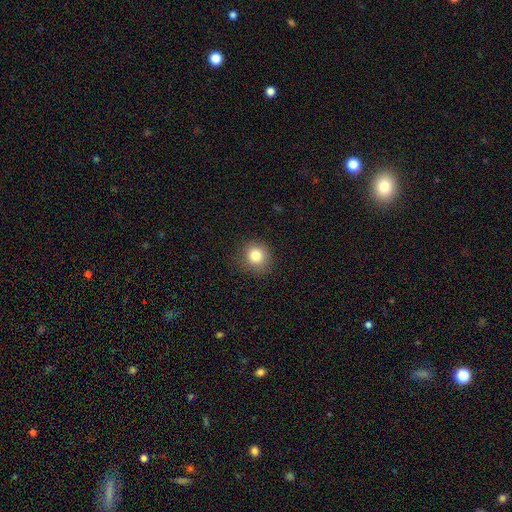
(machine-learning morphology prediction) Smooth or featured? Predicted: smooth (p=0.82). How rounded? Predicted: round (p=0.87). Merging? Predicted: none (p=0.85).